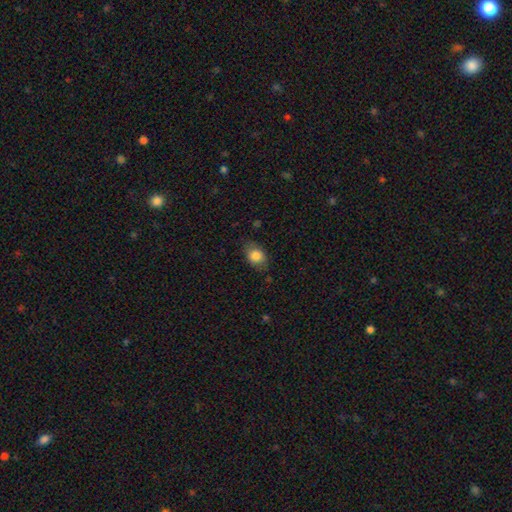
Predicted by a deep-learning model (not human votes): Smooth or featured? Predicted: smooth (p=0.81). How rounded? Predicted: in between (p=0.72). Merging? Predicted: none (p=0.73).